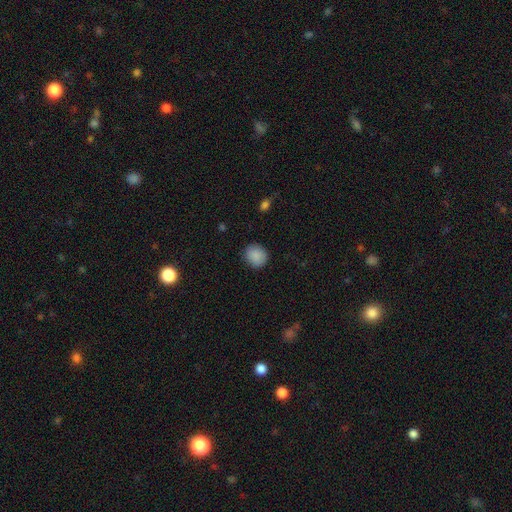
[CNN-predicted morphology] smooth 89%, star or artifact 8%, featured or disk 3%. Down the decision tree: how rounded — round (82%); merging — none (87%).